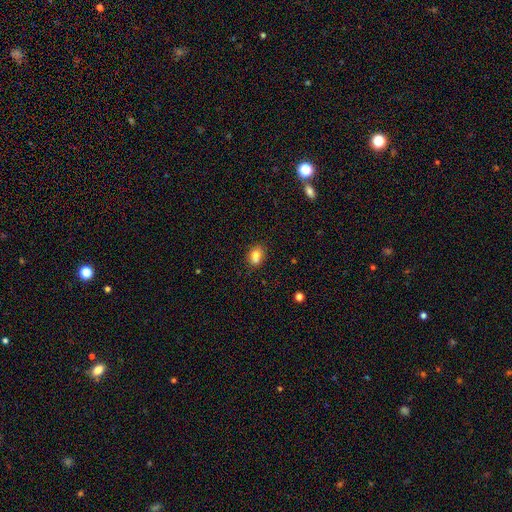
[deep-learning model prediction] A smooth galaxy with no disk features (79%) that is in between round and cigar-shaped (65%). Merging: none (61%).